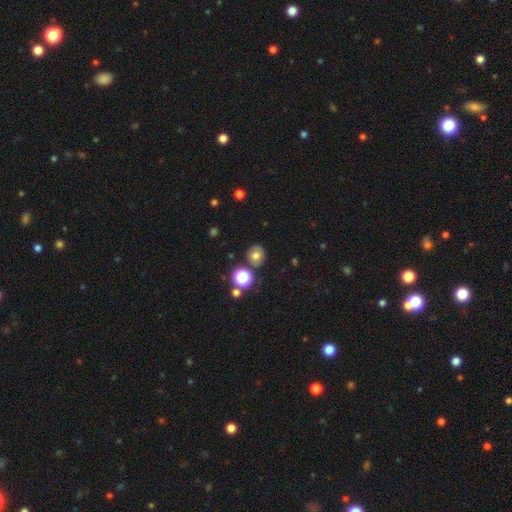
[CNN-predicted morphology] Overall: smooth (68%). How rounded: round (81%). Merging: none (79%).